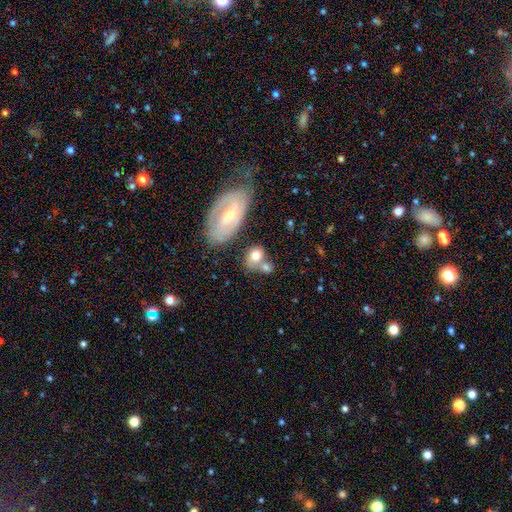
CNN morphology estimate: Smooth or featured? Predicted: smooth (p=0.68). How rounded? Predicted: in between (p=0.49). Merging? Predicted: none (p=0.47).